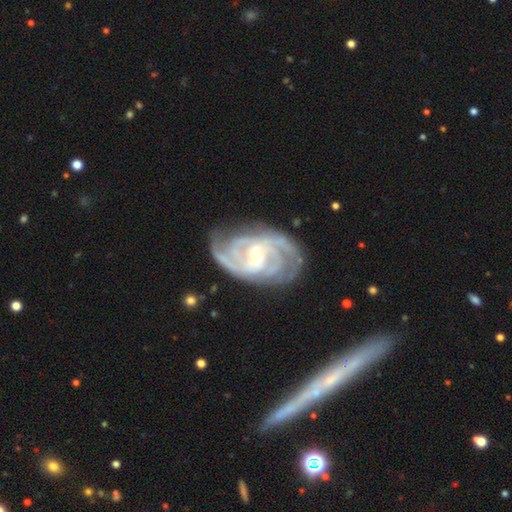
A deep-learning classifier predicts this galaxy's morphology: type=featured or disk (92%); edge-on=no (97%); bar=weak (46%); spiral arms=yes (98%); winding=tight (54%); arm count=3 (28%); bulge=small (69%); merging=none (74%).